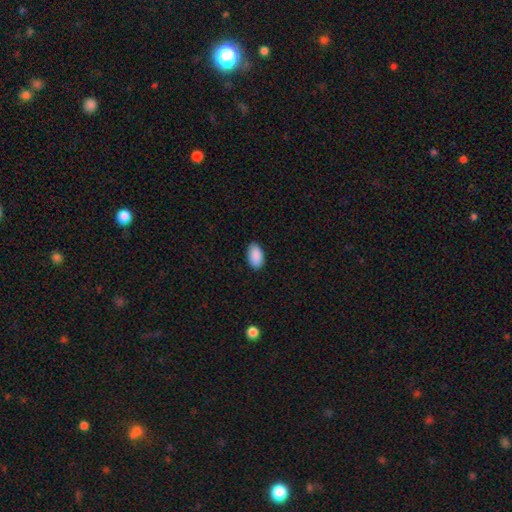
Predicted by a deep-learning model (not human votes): smooth_or_featured: smooth (p=0.91) [alt: star or artifact p=0.06]
how_rounded: in between (p=0.95) [alt: round p=0.04]
merging: none (p=0.89) [alt: minor disturbance p=0.09]